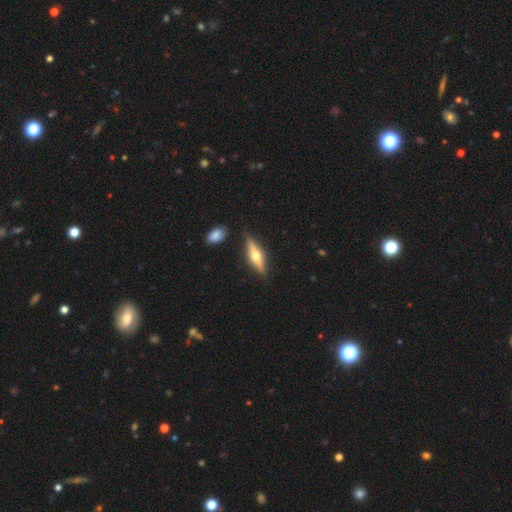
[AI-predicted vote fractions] This appears to be a featured or disk galaxy (62%) viewed edge-on (95%) with a rounded central bulge (95%). Merging: none (85%).